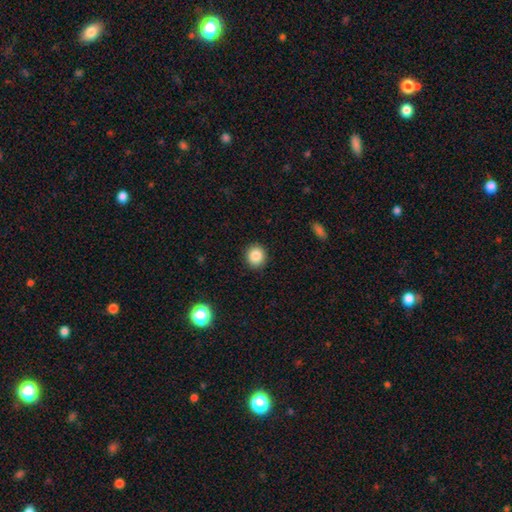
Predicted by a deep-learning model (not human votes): Smooth or featured? smooth (86%)
How rounded? round (85%)
Merging? none (91%)